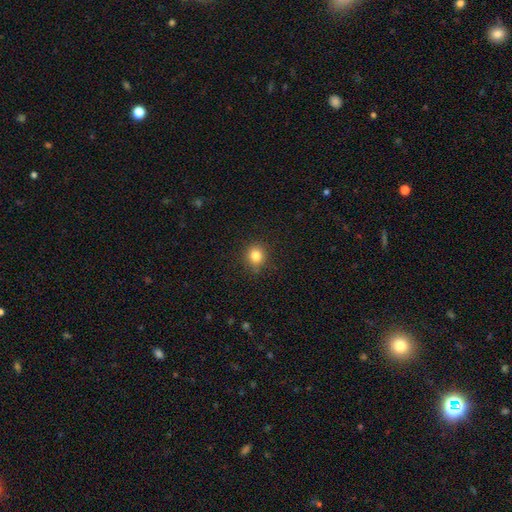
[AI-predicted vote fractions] Smooth or featured? Predicted: smooth (p=0.82). How rounded? Predicted: round (p=0.84). Merging? Predicted: none (p=0.86).